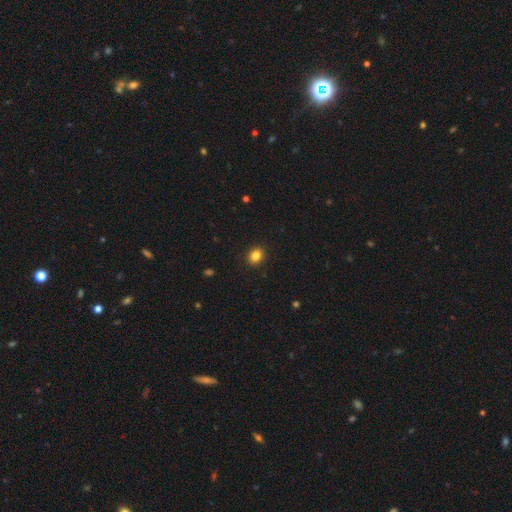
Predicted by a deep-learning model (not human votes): Overall: smooth (85%). How rounded: round (56%; in between 43%). Merging: none (91%).